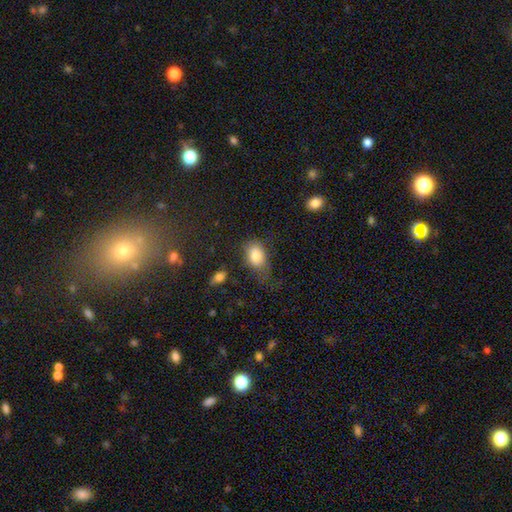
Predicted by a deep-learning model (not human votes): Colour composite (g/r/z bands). It shows a smooth galaxy with no disk features (82%) that is in between round and cigar-shaped (83%). Merging: none (53%).